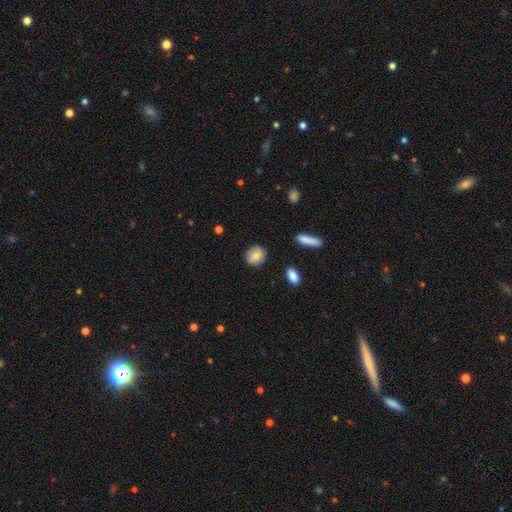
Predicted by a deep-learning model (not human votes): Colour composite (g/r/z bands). It shows a smooth galaxy with no disk features (77%) that is round (73%). Merging: none (84%).